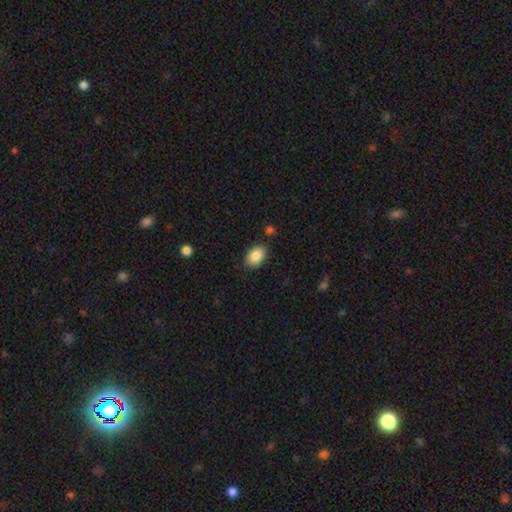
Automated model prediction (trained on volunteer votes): The model was most divided on "how rounded": in between: 87%, round: 12%, cigar-shaped: 1%. More confident: smooth or featured — smooth (87%); merging — none (86%).